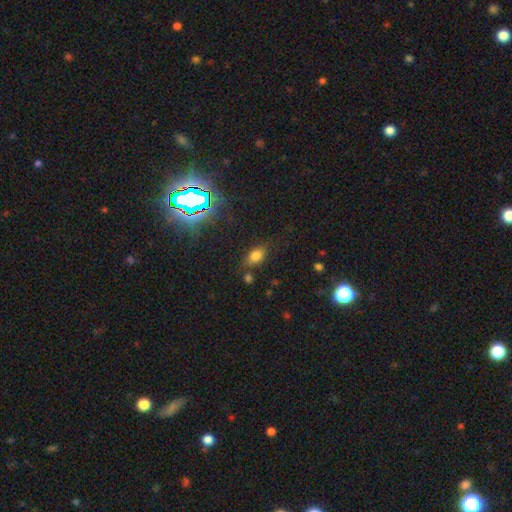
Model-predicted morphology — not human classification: smooth_or_featured: smooth (p=0.75) [alt: star or artifact p=0.15]
how_rounded: in between (p=0.82) [alt: round p=0.13]
merging: none (p=0.74) [alt: minor disturbance p=0.16]